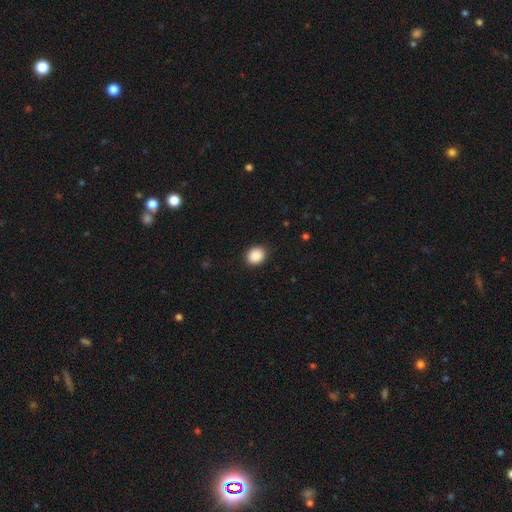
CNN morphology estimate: This is clearly a smooth galaxy (89%). How rounded: likely round (62%). Merging: clearly none (89%).